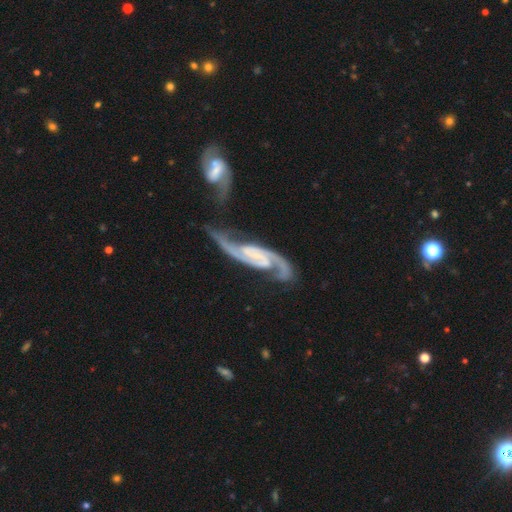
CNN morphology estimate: smooth-or-featured: featured or disk: 93% | smooth: 4% | star or artifact: 4%
  disk-edge-on: no: 95% | yes: 5%
    bar: weak: 40% | no: 35% | strong: 25%
    has-spiral-arms: yes: 98% | no: 2%
      spiral-winding: medium: 51% | loose: 31% | tight: 18%
      spiral-arm-count: 2: 93% | can't tell: 2% | 1: 2% | 3: 1% | 4: 1% | more than 4: 1%
    bulge-size: small: 53% | none: 26% | moderate: 17% | large: 3% | dominant: 1%
  merging: none: 41% | merger: 28% | minor disturbance: 18% | major disturbance: 13%